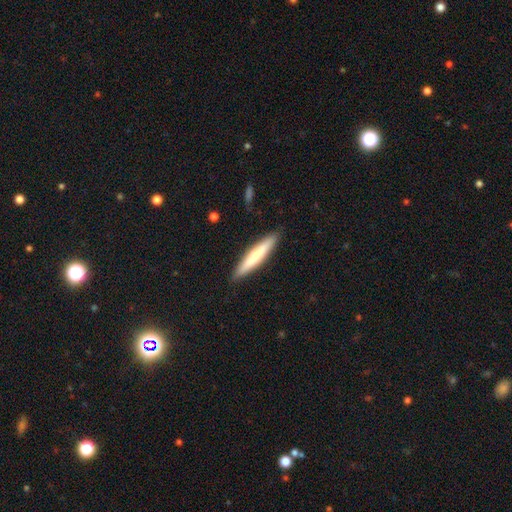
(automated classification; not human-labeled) Smooth or featured: smooth — 62% (featured or disk — 32%)
How rounded: cigar-shaped — 92% (in between — 7%)
Merging: none — 90% (minor disturbance — 8%)